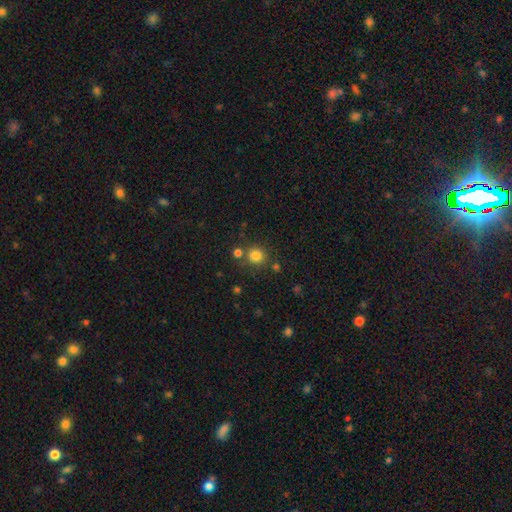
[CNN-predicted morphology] smooth_or_featured: smooth (p=0.80) [alt: star or artifact p=0.14]
how_rounded: round (p=0.91) [alt: in between p=0.08]
merging: none (p=0.75) [alt: merger p=0.13]